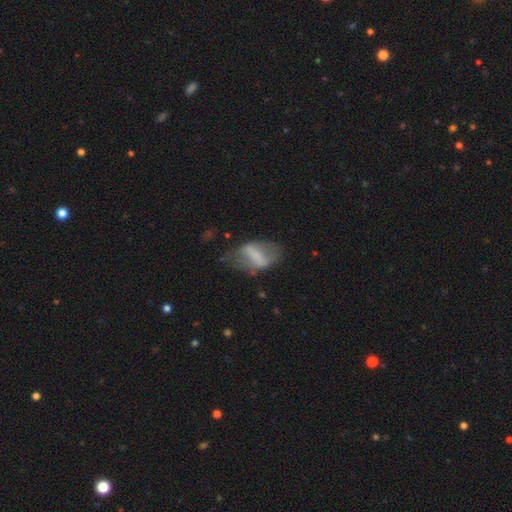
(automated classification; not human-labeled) This is possibly a smooth galaxy (46%). Merging: marginally none (44%).